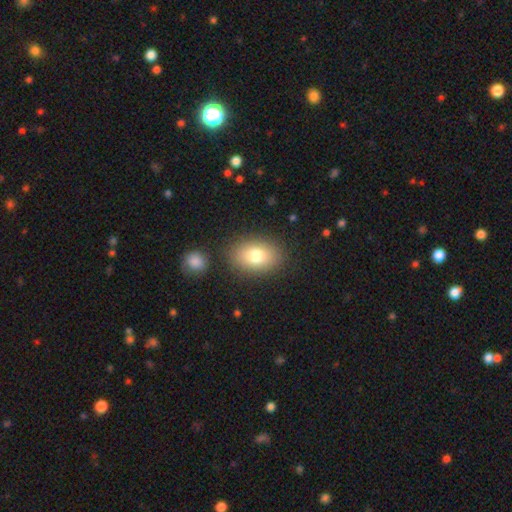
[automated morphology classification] smooth 78%, featured or disk 12%, star or artifact 10%. Down the decision tree: how rounded — in between (76%); merging — none (85%).